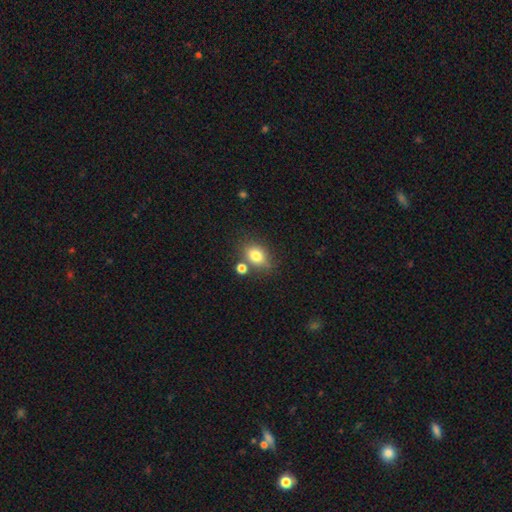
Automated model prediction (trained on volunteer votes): Overall: smooth (80%). How rounded: in between (56%; round 43%). Merging: none (65%).